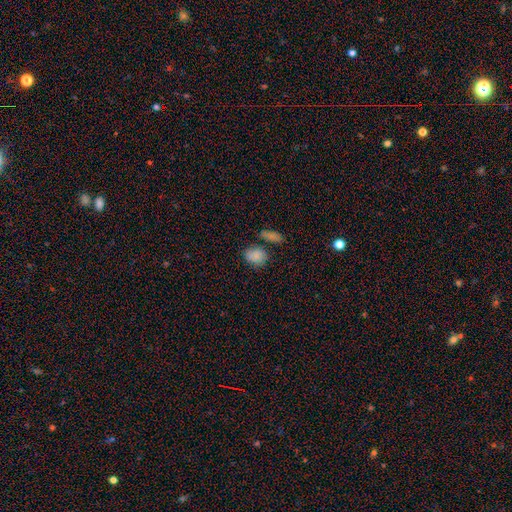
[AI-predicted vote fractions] Smooth or featured?
  - smooth: 83% *
  - star or artifact: 11%
  - featured or disk: 6%
How rounded?
  - in between: 58% *
  - round: 40%
  - cigar-shaped: 2%
Merging?
  - none: 65% *
  - minor disturbance: 16%
  - merger: 14%
  - major disturbance: 5%